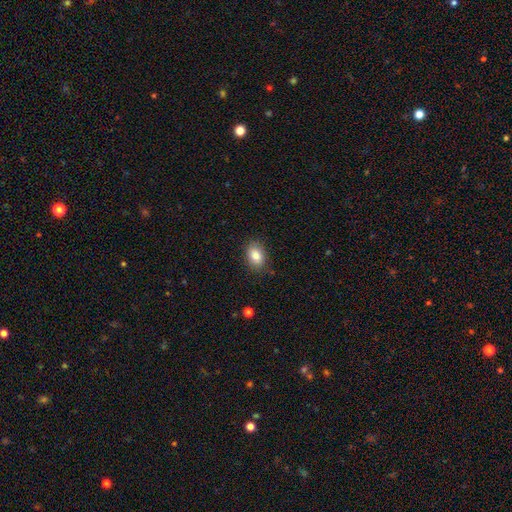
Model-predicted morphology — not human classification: Smooth or featured?
  - smooth: 85% *
  - star or artifact: 8%
  - featured or disk: 7%
How rounded?
  - in between: 79% *
  - round: 20%
  - cigar-shaped: 1%
Merging?
  - none: 83% *
  - minor disturbance: 13%
  - major disturbance: 3%
  - merger: 1%